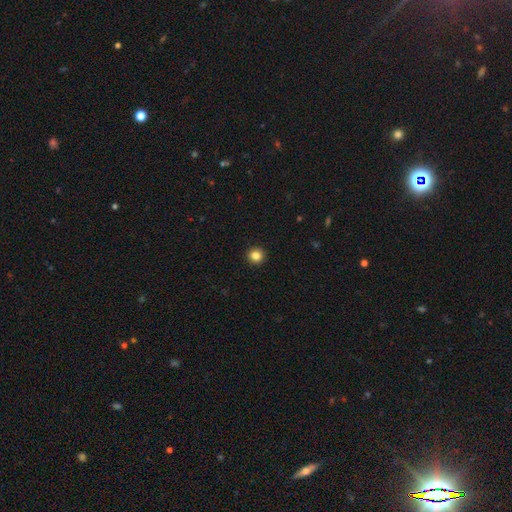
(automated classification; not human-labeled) This is clearly a smooth galaxy (84%). How rounded: clearly round (95%). Merging: clearly none (94%).